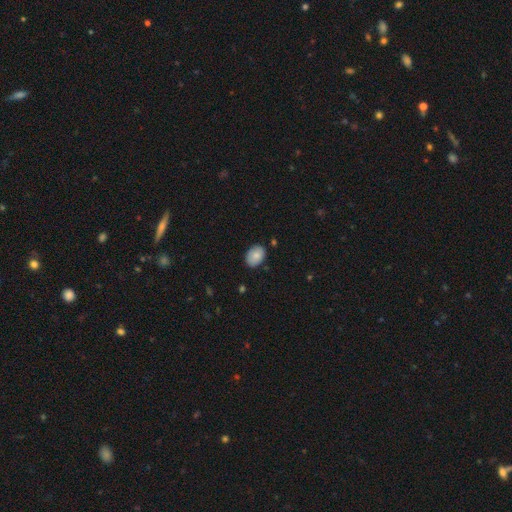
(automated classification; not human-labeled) The model was most divided on "how rounded": in between: 81%, round: 18%, cigar-shaped: 1%. More confident: smooth or featured — smooth (83%); merging — none (81%).